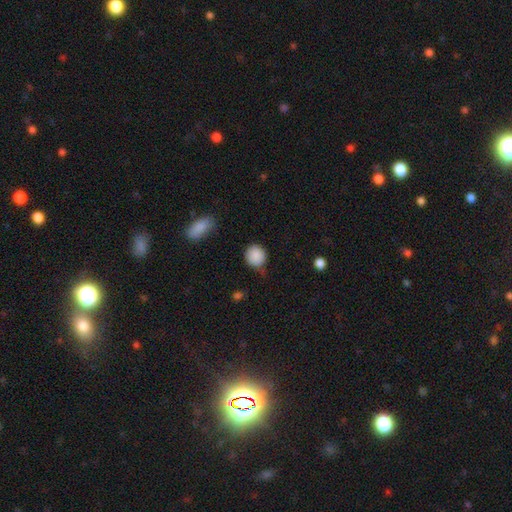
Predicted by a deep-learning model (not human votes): Smooth or featured?
  - smooth: 88% *
  - star or artifact: 8%
  - featured or disk: 4%
How rounded?
  - round: 85% *
  - in between: 14%
  - cigar-shaped: 1%
Merging?
  - none: 71% *
  - minor disturbance: 22%
  - major disturbance: 5%
  - merger: 3%